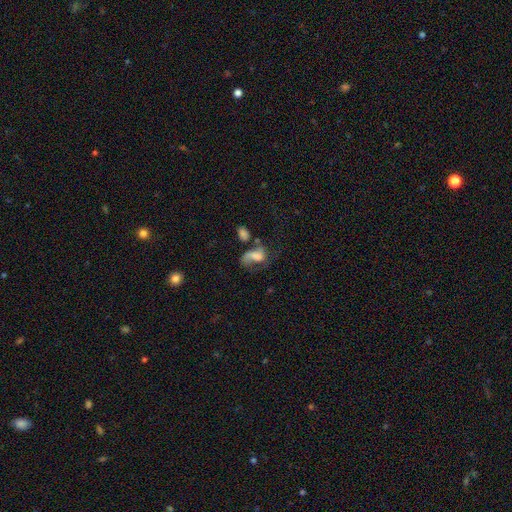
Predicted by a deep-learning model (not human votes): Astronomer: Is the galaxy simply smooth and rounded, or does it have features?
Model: smooth — 48% (runner-up: featured or disk, 39%).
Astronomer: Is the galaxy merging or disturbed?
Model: major disturbance — 40% (runner-up: merger, 23%).